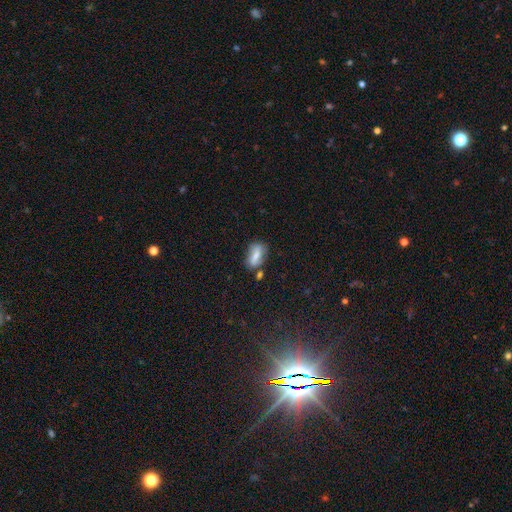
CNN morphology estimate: type=smooth (65%); roundness=in between (80%); merging=none (61%).